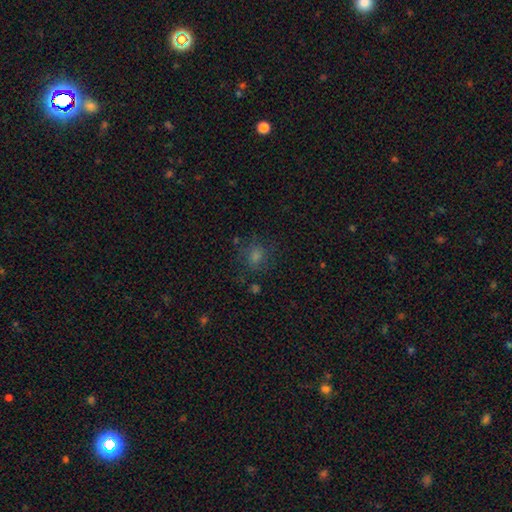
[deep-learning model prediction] The model was most divided on "how rounded": round: 73%, in between: 26%, cigar-shaped: 1%. More confident: merging — none (73%); smooth or featured — smooth (73%).